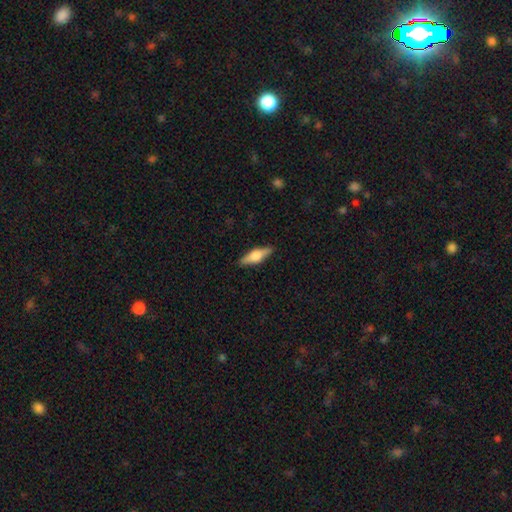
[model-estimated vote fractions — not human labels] This appears to be a featured or disk galaxy (51%) viewed edge-on (95%). Merging: none (89%).